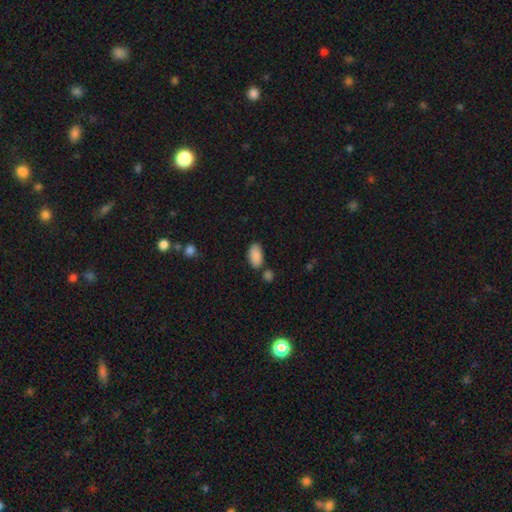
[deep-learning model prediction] This appears to be a smooth galaxy with no disk features (89%) that is in between round and cigar-shaped (94%). Merging: none (74%).